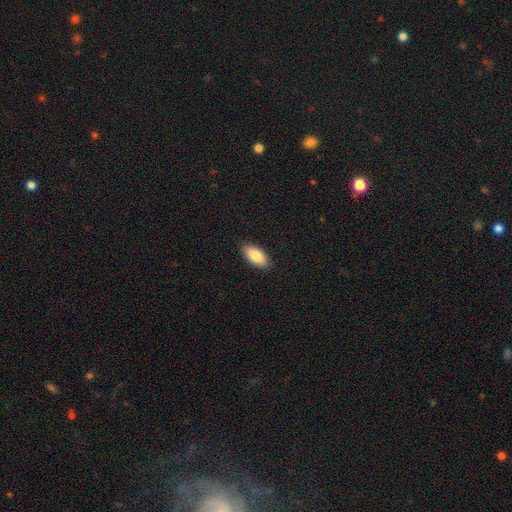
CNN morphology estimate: A smooth galaxy with no disk features (83%) that is in between round and cigar-shaped (91%). Merging: none (90%).